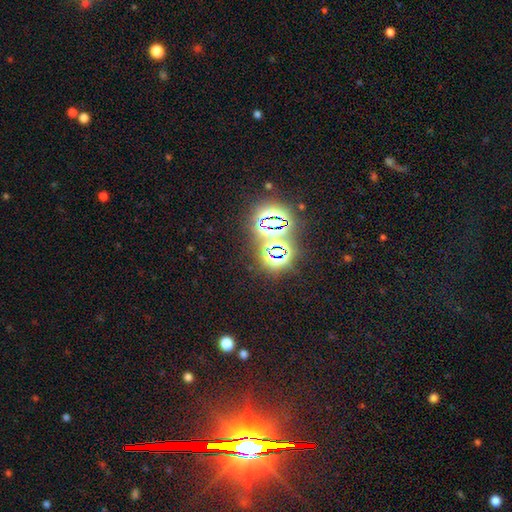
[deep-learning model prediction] Smooth or featured?
  - star or artifact: 72% *
  - smooth: 15%
  - featured or disk: 13%